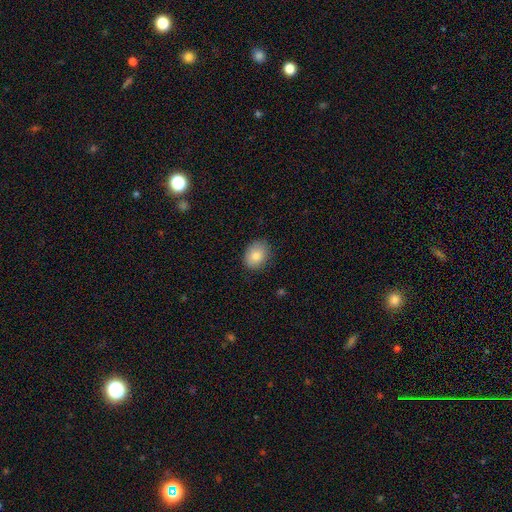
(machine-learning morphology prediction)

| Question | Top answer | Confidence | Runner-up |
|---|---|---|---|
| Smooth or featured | smooth | 83% | featured or disk (9%) |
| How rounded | in between | 57% | round (42%) |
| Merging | none | 82% | minor disturbance (14%) |